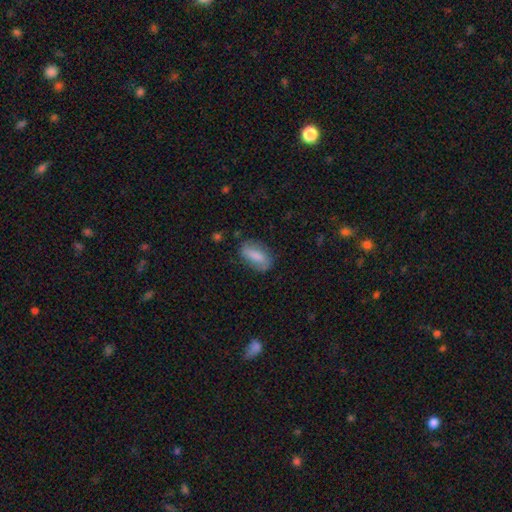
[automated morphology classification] A smooth galaxy with no disk features (75%) that is in between round and cigar-shaped (85%). Merging: none (74%).